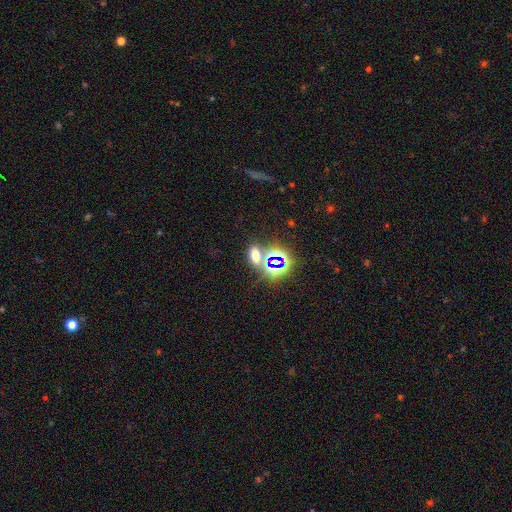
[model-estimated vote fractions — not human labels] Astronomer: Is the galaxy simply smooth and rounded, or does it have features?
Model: smooth — 48% (runner-up: star or artifact, 42%).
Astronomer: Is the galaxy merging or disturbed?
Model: none — 65%.